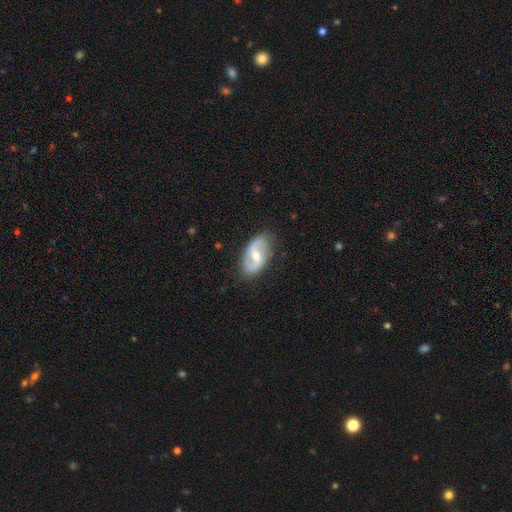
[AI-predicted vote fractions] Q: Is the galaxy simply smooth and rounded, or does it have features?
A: featured or disk — 76%.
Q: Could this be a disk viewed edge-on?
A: no — 96%.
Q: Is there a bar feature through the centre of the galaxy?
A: weak — 54%.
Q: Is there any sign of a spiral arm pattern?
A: yes — 89%.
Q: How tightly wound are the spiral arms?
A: loose — 49%.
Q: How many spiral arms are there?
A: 2 — 89%.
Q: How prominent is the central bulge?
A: moderate — 62%.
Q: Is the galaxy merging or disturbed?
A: none — 79%.